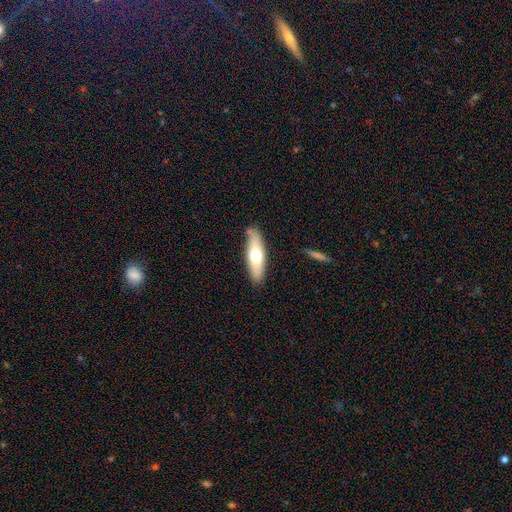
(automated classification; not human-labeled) Overall: smooth (60%; featured or disk 34%). How rounded: cigar-shaped (55%; in between 43%). Merging: none (81%).